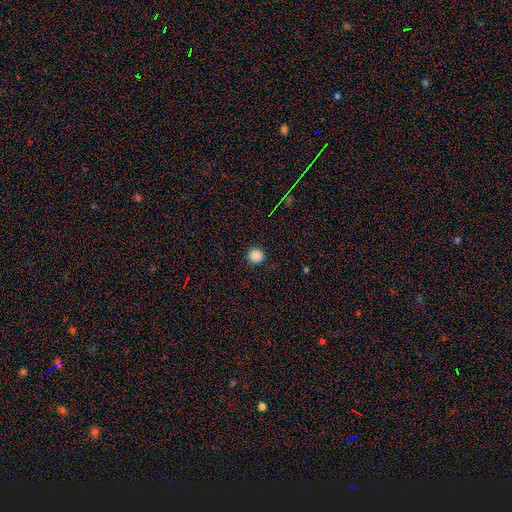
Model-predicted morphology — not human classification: smooth-or-featured: smooth: 87% | star or artifact: 11% | featured or disk: 3%
  how-rounded: round: 95% | in between: 4% | cigar-shaped: 1%
  merging: none: 92% | minor disturbance: 5% | major disturbance: 2% | merger: 1%